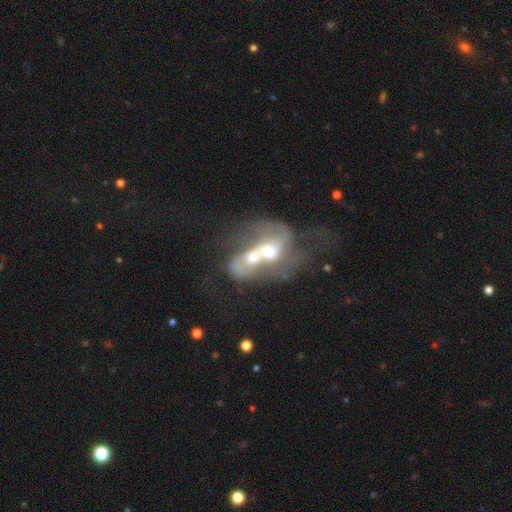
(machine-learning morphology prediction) Smooth or featured?
  - featured or disk: 69% *
  - smooth: 23%
  - star or artifact: 8%
Edge-on disk?
  - no: 96% *
  - yes: 4%
Bar?
  - no: 69% *
  - weak: 23%
  - strong: 9%
Spiral arms?
  - yes: 63% *
  - no: 37%
Bulge size?
  - moderate: 64% *
  - small: 19%
  - large: 12%
  - none: 3%
  - dominant: 2%
Merging?
  - merger: 81% *
  - major disturbance: 9%
  - none: 6%
  - minor disturbance: 4%